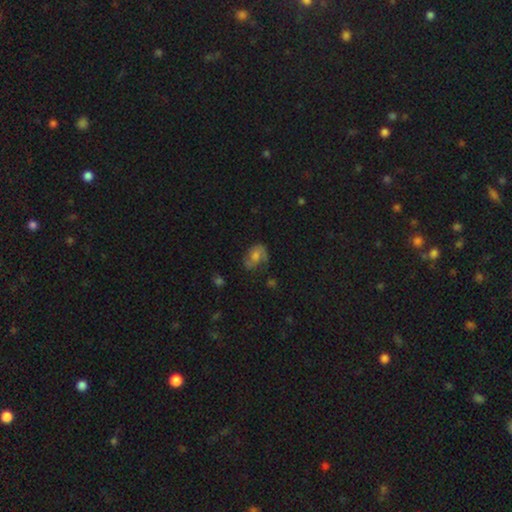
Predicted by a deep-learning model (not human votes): This appears to be a featured or disk galaxy (57%) with no bar (66%), spiral arms (85%) and a moderate central bulge (47%). Merging: none (58%).